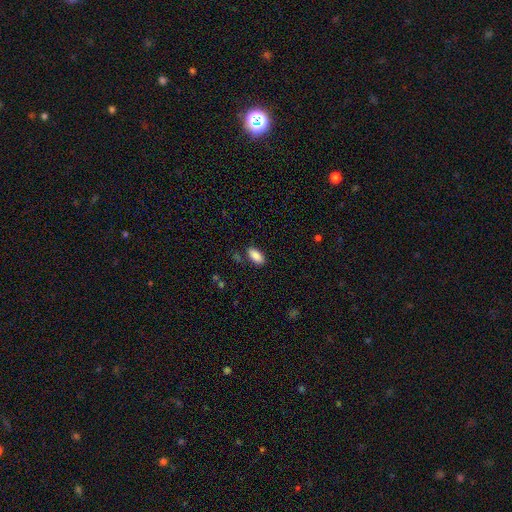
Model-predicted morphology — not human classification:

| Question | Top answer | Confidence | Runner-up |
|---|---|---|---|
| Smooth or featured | smooth | 88% | star or artifact (7%) |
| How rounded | in between | 90% | cigar-shaped (7%) |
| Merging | none | 82% | minor disturbance (12%) |